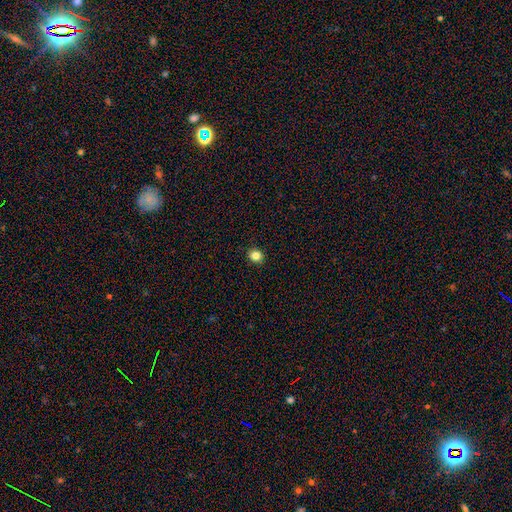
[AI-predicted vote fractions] This is clearly a smooth galaxy (83%). How rounded: clearly round (84%). Merging: clearly none (92%).